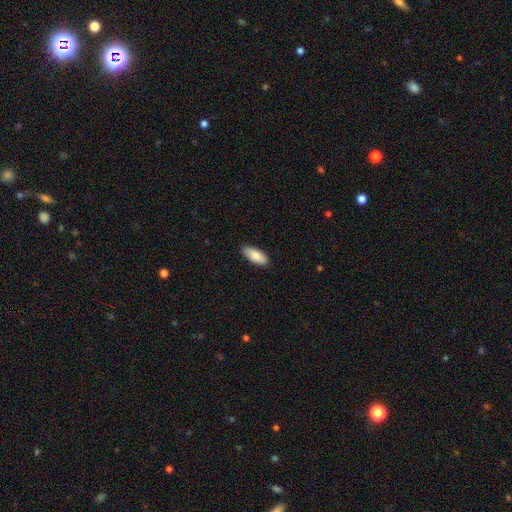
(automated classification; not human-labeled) Q: Smooth or featured?
A: smooth (87%); runner-up: featured or disk (8%)
Q: How rounded?
A: in between (83%); runner-up: cigar-shaped (15%)
Q: Merging?
A: none (88%); runner-up: minor disturbance (9%)